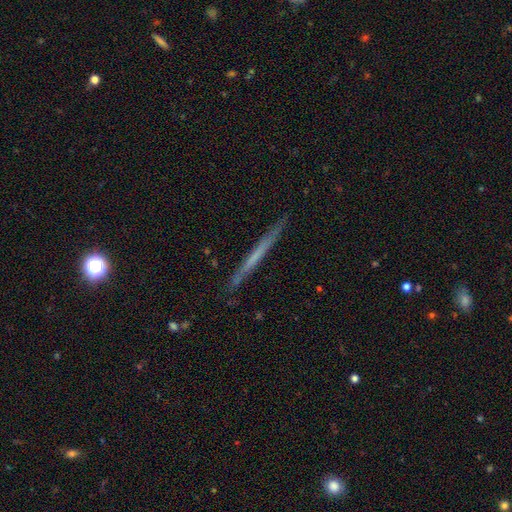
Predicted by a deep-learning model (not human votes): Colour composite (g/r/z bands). It shows a featured or disk galaxy (50%) viewed edge-on (97%). Merging: none (89%).